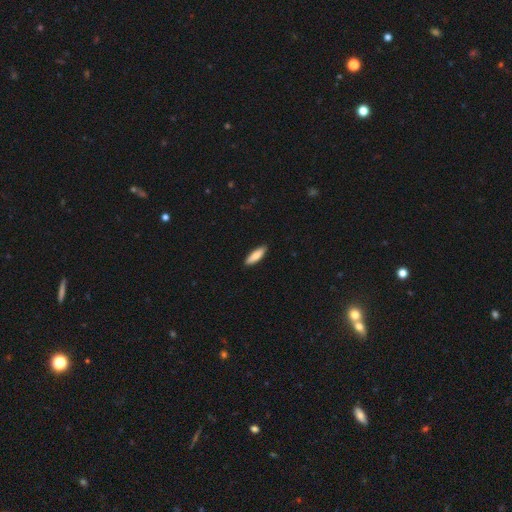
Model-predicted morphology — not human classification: A smooth galaxy with no disk features (83%) that is cigar-shaped (57%).

Vote fractions:
- Smooth or featured? smooth: 83% / featured or disk: 12% / star or artifact: 5%
- How rounded? cigar-shaped: 57% / in between: 42% / round: 2%
- Merging? none: 90% / minor disturbance: 8% / major disturbance: 1% / merger: 1%